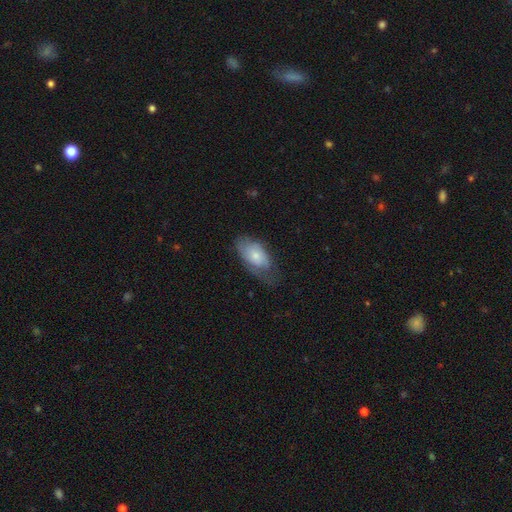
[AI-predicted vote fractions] smooth-or-featured: smooth: 67% | featured or disk: 27% | star or artifact: 6%
  how-rounded: in between: 93% | round: 4% | cigar-shaped: 3%
  merging: none: 47% | minor disturbance: 34% | major disturbance: 18% | merger: 1%